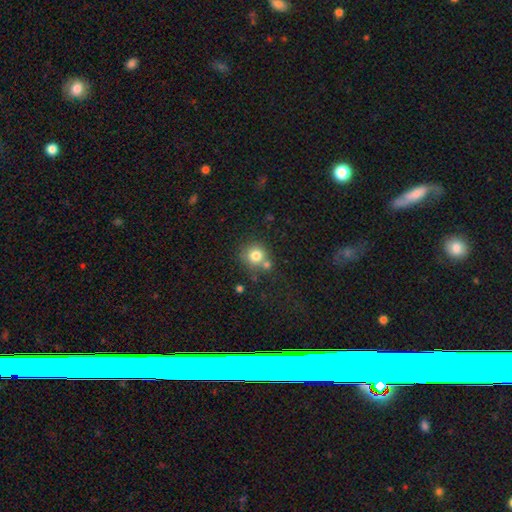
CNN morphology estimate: This appears to be a smooth galaxy with no disk features (78%) that is round (90%). Merging: none (62%).